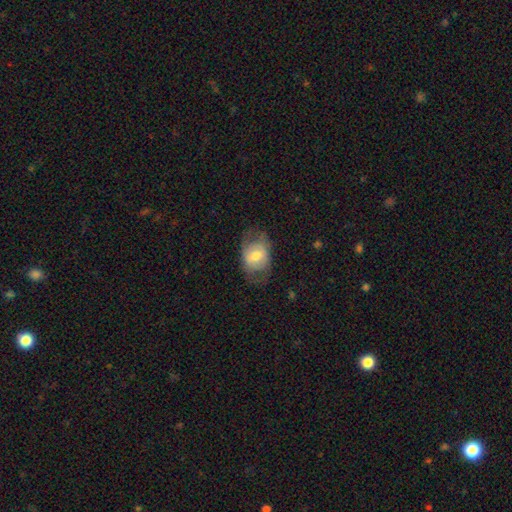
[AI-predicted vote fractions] This is possibly a smooth galaxy (55%). How rounded: likely in between (71%). Merging: likely none (61%).